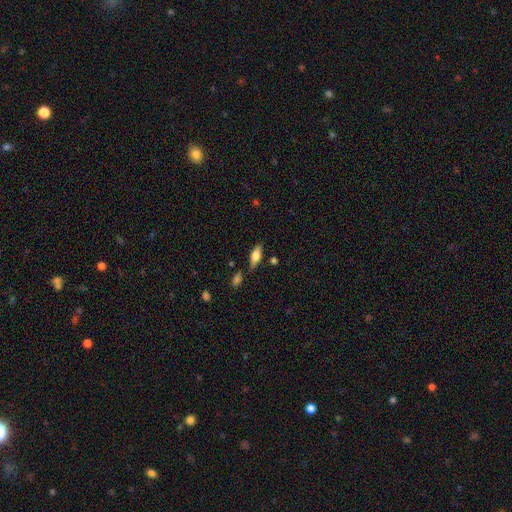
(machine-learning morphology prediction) smooth_or_featured: smooth (p=0.67) [alt: featured or disk p=0.26]
how_rounded: in between (p=0.75) [alt: cigar-shaped p=0.22]
merging: none (p=0.72) [alt: minor disturbance p=0.17]